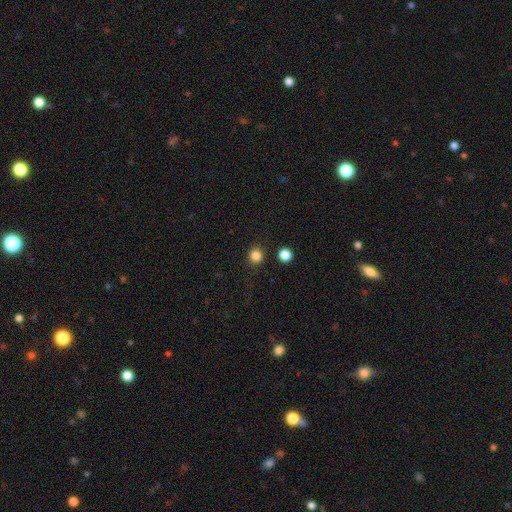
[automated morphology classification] A smooth galaxy with no disk features (84%) that is round (90%).

Vote fractions:
- Smooth or featured? smooth: 84% / star or artifact: 13% / featured or disk: 4%
- How rounded? round: 90% / in between: 9% / cigar-shaped: 1%
- Merging? none: 88% / minor disturbance: 6% / merger: 3% / major disturbance: 2%